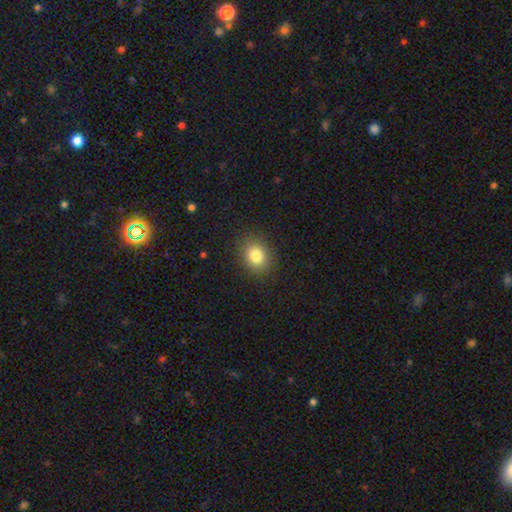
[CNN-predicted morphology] A smooth galaxy with no disk features (82%) that is in between round and cigar-shaped (50%). Merging: none (88%).